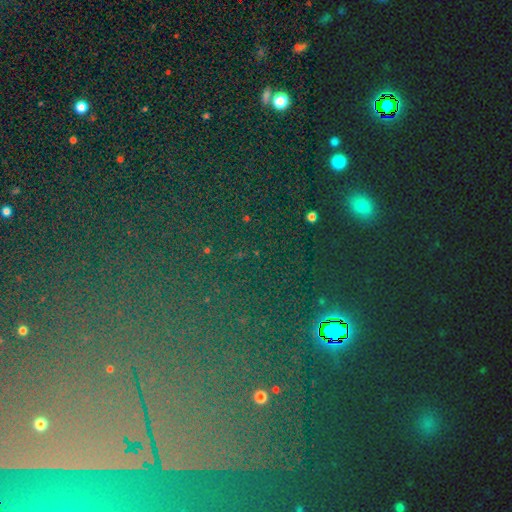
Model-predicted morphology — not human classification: Smooth or featured?
  - star or artifact: 71% *
  - smooth: 19%
  - featured or disk: 10%